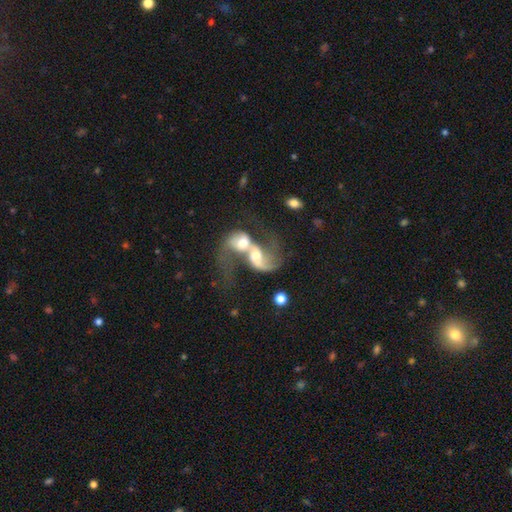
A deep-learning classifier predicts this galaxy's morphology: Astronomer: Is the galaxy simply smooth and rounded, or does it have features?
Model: featured or disk — 65%.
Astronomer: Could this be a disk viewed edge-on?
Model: no — 96%.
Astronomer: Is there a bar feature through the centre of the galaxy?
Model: no — 59%.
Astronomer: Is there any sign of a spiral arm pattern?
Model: yes — 75%.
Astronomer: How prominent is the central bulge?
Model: moderate — 55%.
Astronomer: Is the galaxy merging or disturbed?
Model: merger — 83%.